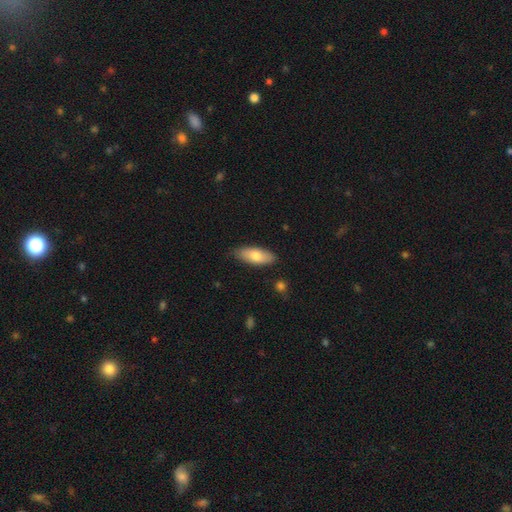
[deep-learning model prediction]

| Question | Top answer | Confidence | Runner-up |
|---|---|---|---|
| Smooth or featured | smooth | 76% | featured or disk (18%) |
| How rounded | in between | 77% | cigar-shaped (21%) |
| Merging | none | 81% | minor disturbance (15%) |